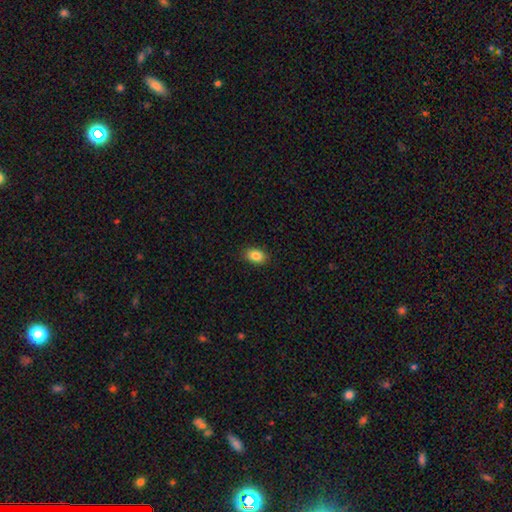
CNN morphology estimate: This appears to be a smooth galaxy with no disk features (86%) that is in between round and cigar-shaped (83%). Merging: none (89%).